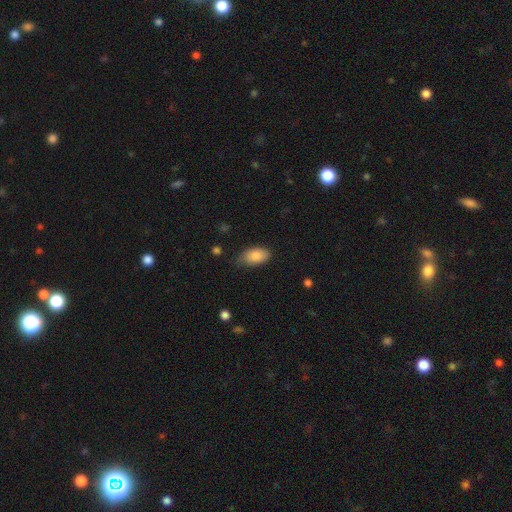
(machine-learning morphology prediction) This appears to be a smooth galaxy with no disk features (86%) that is in between round and cigar-shaped (94%). Merging: none (64%).